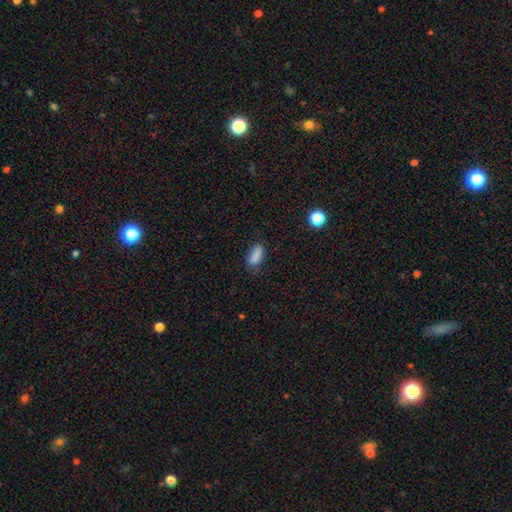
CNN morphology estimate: smooth 84%, star or artifact 10%, featured or disk 6%. Down the decision tree: how rounded — in between (82%); merging — none (67%).